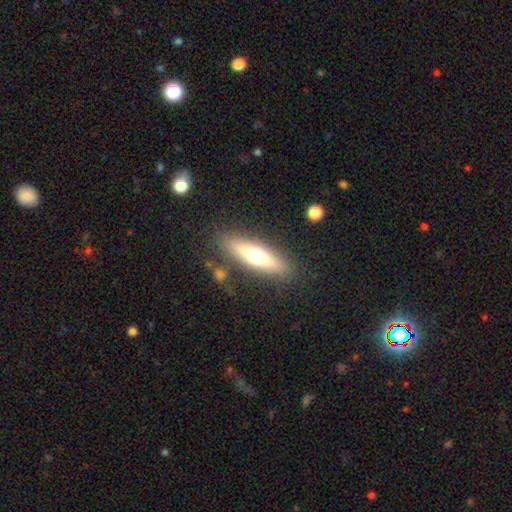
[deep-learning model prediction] smooth_or_featured: smooth (p=0.49) [alt: featured or disk p=0.43]
merging: none (p=0.82) [alt: minor disturbance p=0.11]